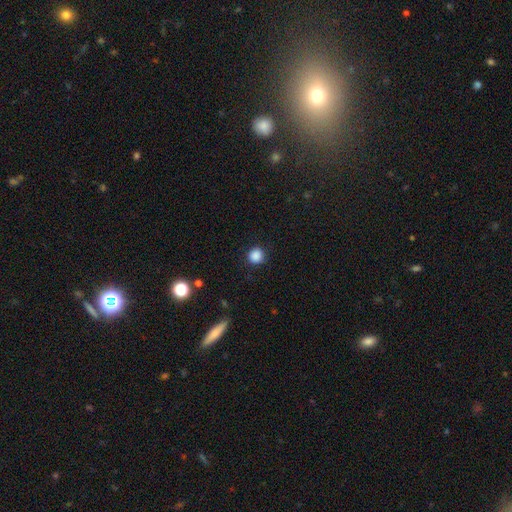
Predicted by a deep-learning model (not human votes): Smooth or featured? smooth (86%)
How rounded? round (93%)
Merging? none (88%)